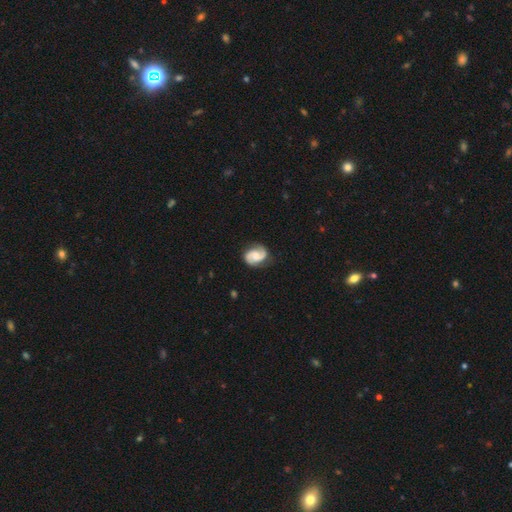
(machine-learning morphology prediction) type=featured or disk (79%); edge-on=no (98%); bar=no (56%); spiral arms=yes (96%); winding=medium (48%); arm count=2 (91%); bulge=moderate (63%); merging=none (81%).